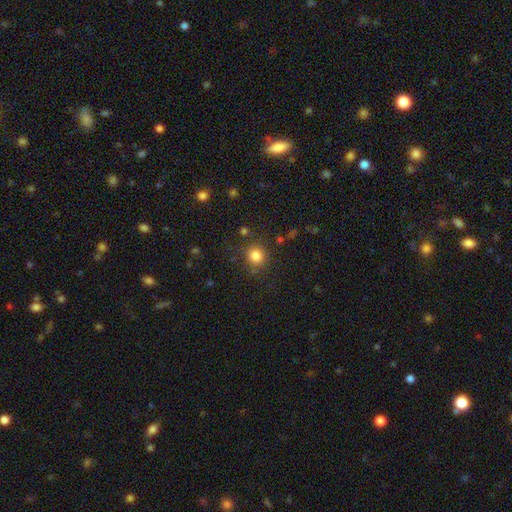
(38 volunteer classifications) Smooth or featured?
  - smooth: 87% *
  - star or artifact: 8%
  - featured or disk: 5%
How rounded?
  - round: 88% *
  - in between: 12%
  - cigar-shaped: 0%
Merging?
  - none: 69% *
  - minor disturbance: 17%
  - merger: 9%
  - major disturbance: 6%